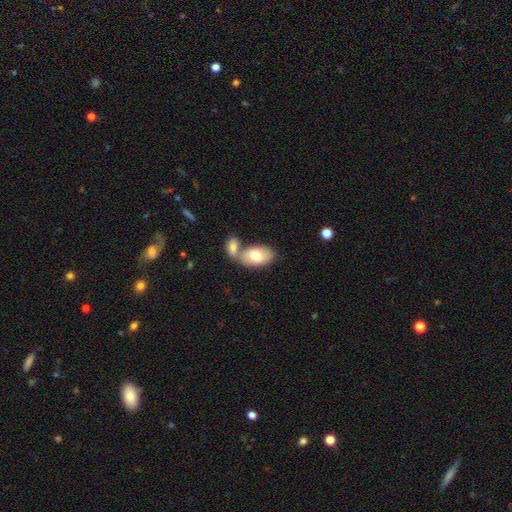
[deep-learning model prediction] This appears to be a smooth galaxy with no disk features (72%) that is in between round and cigar-shaped (93%). Merging: merger (50%).